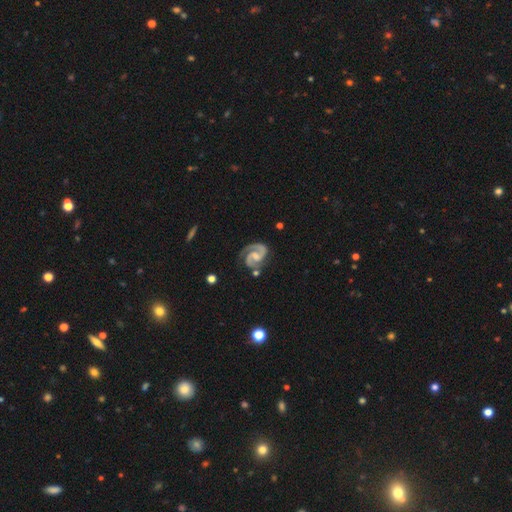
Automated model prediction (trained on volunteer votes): This appears to be a featured or disk galaxy (93%) with a weak bar (46%), 2 (93%) medium (54%) spiral arms (99%) and a small central bulge (41%). Merging: none (72%).